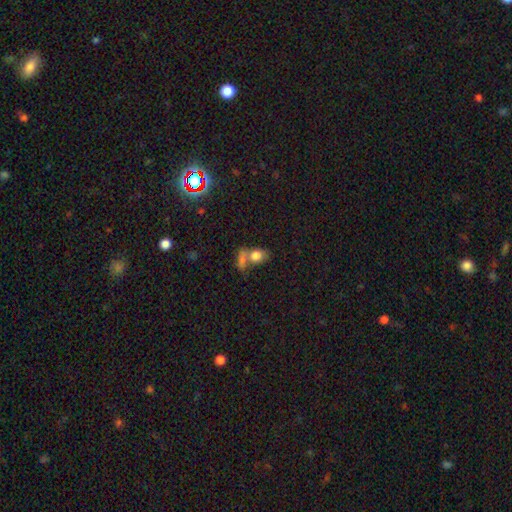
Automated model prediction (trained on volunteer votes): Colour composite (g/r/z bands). It shows a smooth galaxy with no disk features (79%) that is in between round and cigar-shaped (69%). Merging: merger (49%).